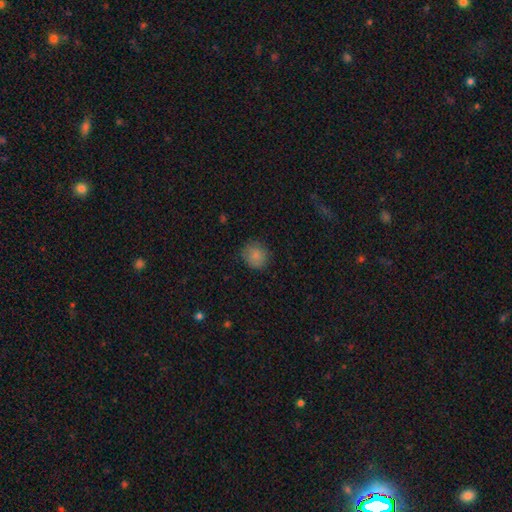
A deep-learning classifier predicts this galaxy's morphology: type=smooth (85%); roundness=round (86%); merging=none (82%).